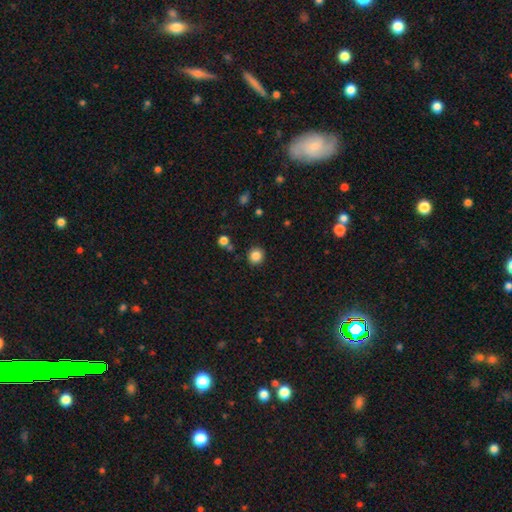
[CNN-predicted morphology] Smooth or featured: smooth — 85% (star or artifact — 11%)
How rounded: round — 88% (in between — 11%)
Merging: none — 89% (minor disturbance — 7%)